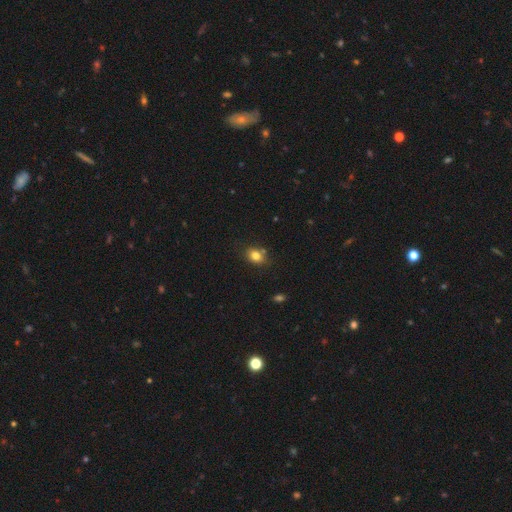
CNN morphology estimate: Smooth or featured? Predicted: smooth (p=0.81). How rounded? Predicted: in between (p=0.55). Merging? Predicted: none (p=0.76).